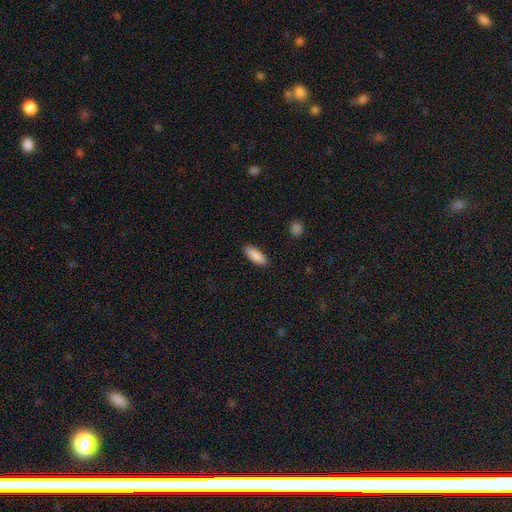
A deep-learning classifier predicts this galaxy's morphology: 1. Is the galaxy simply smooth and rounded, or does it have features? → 89% smooth, 6% star or artifact, 5% featured or disk.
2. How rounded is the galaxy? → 67% in between, 31% cigar-shaped, 2% round.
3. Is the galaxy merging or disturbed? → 89% none, 8% minor disturbance, 2% major disturbance, 1% merger.